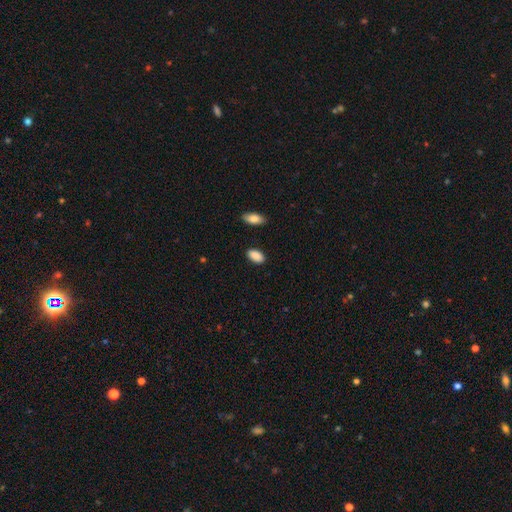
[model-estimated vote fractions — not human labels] smooth-or-featured: smooth: 89% | star or artifact: 7% | featured or disk: 4%
  how-rounded: in between: 94% | round: 4% | cigar-shaped: 3%
  merging: none: 87% | minor disturbance: 9% | major disturbance: 2% | merger: 2%